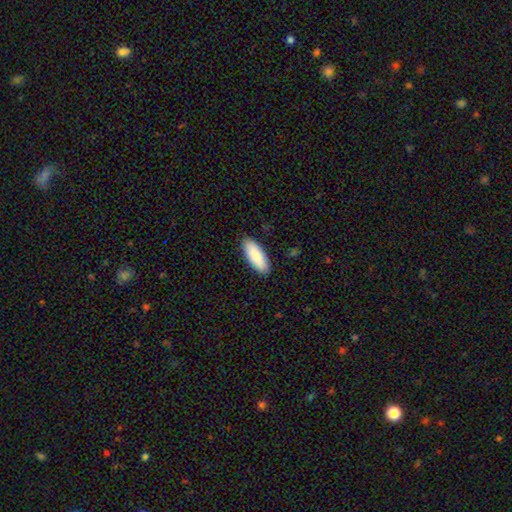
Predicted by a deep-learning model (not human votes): smooth-or-featured: smooth: 89% | featured or disk: 6% | star or artifact: 5%
  how-rounded: in between: 73% | cigar-shaped: 25% | round: 1%
  merging: none: 89% | minor disturbance: 9% | major disturbance: 2% | merger: 1%